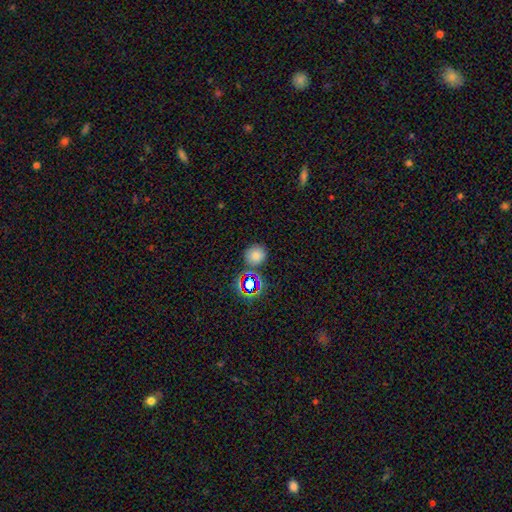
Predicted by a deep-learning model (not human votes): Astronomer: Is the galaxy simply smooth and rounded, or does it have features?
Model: smooth — 72%.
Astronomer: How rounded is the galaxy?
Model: round — 87%.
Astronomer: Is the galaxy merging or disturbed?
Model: none — 80%.